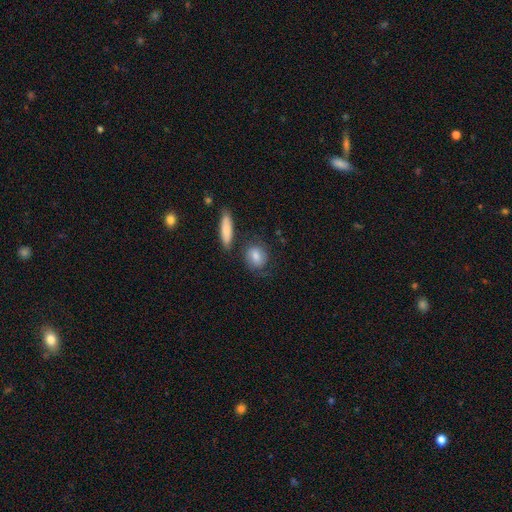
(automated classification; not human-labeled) Overall: smooth (69%). How rounded: round (58%; in between 38%). Merging: none (69%).